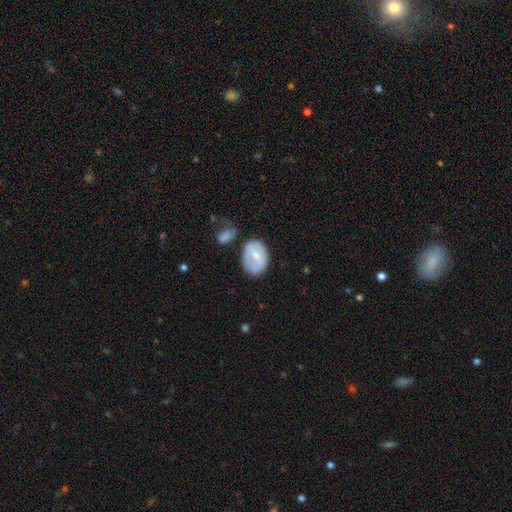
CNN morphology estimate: smooth-or-featured: smooth: 57% | featured or disk: 36% | star or artifact: 6%
  how-rounded: in between: 76% | round: 22% | cigar-shaped: 1%
  merging: none: 55% | minor disturbance: 25% | merger: 11% | major disturbance: 9%